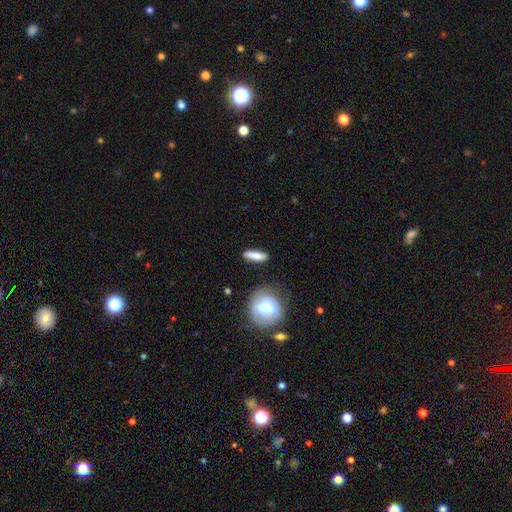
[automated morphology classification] smooth-or-featured: smooth: 73% | featured or disk: 20% | star or artifact: 7%
  how-rounded: cigar-shaped: 69% | in between: 27% | round: 4%
  merging: none: 84% | minor disturbance: 11% | merger: 3% | major disturbance: 3%